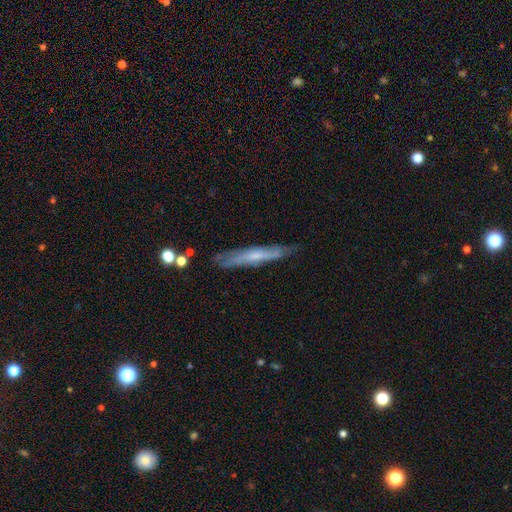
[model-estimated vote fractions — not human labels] A featured or disk galaxy (56%) viewed edge-on (74%).

Vote fractions:
- Smooth or featured? featured or disk: 56% / smooth: 37% / star or artifact: 7%
- Edge-on disk? yes: 74% / no: 26%
- Merging? none: 74% / minor disturbance: 19% / major disturbance: 5% / merger: 2%